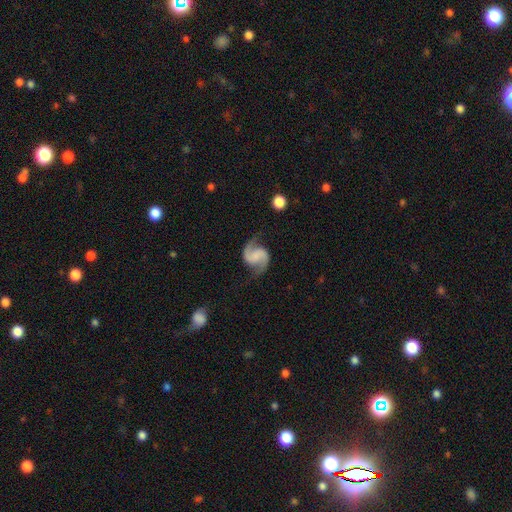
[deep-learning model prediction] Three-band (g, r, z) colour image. It shows a featured or disk galaxy (91%) with no bar (49%), 2 (94%) medium (50%) spiral arms (98%) and no central bulge (60%). Merging: none (79%).